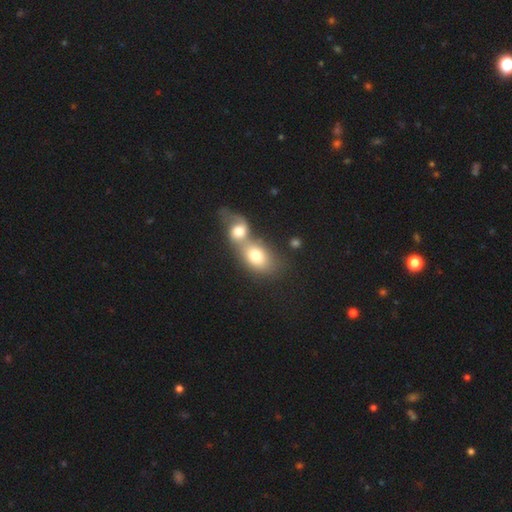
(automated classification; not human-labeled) Q: Smooth or featured?
A: smooth (70%); runner-up: featured or disk (21%)
Q: How rounded?
A: in between (72%); runner-up: round (26%)
Q: Merging?
A: merger (74%); runner-up: none (16%)